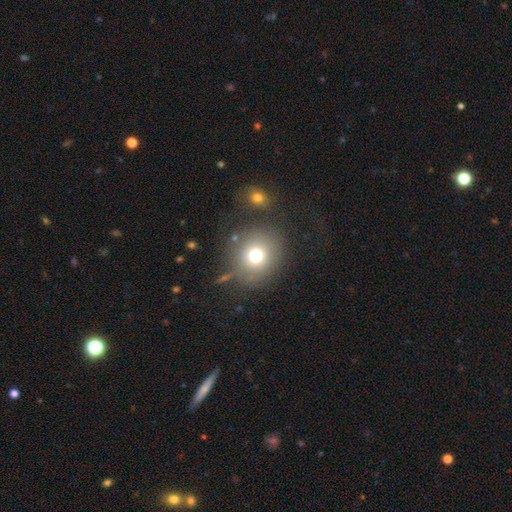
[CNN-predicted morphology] type=smooth (72%); roundness=round (84%); merging=none (76%).